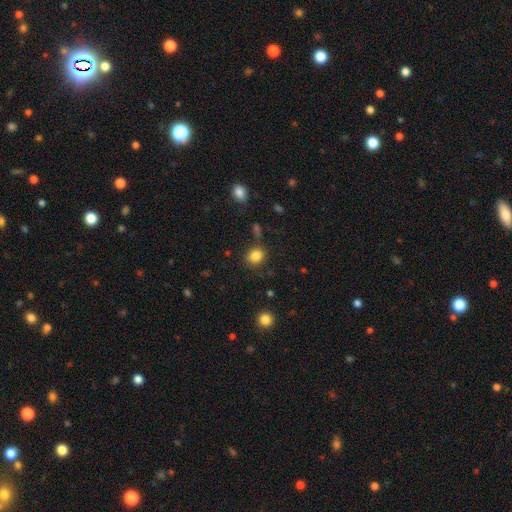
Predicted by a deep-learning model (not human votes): smooth 84%, star or artifact 11%, featured or disk 5%. Down the decision tree: how rounded — round (75%); merging — none (80%).